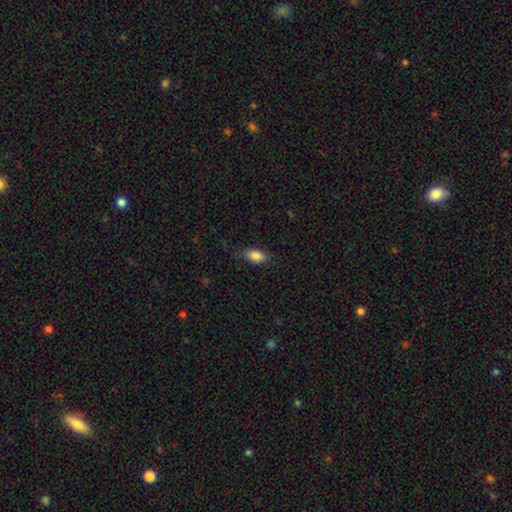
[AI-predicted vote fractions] Overall: smooth (86%). How rounded: in between (90%). Merging: none (80%).